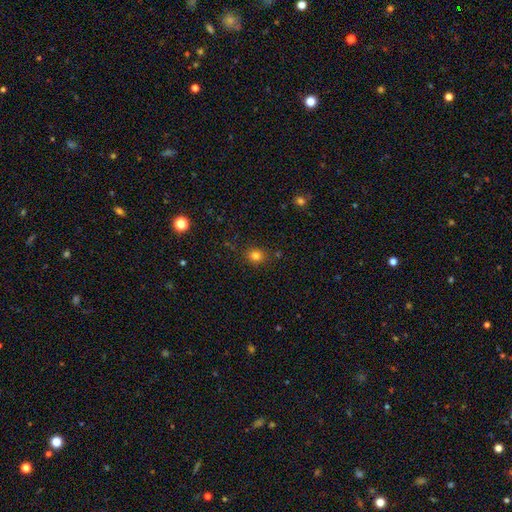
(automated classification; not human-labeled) Smooth or featured? smooth (80%)
How rounded? round (81%)
Merging? none (86%)